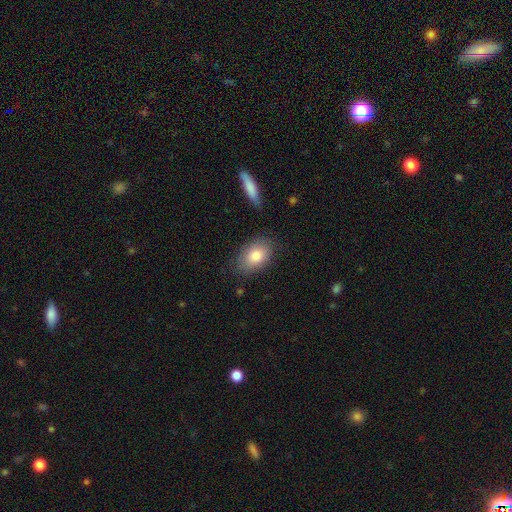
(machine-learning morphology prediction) Q: Smooth or featured?
A: smooth (82%); runner-up: featured or disk (11%)
Q: How rounded?
A: in between (88%); runner-up: round (11%)
Q: Merging?
A: none (80%); runner-up: minor disturbance (14%)